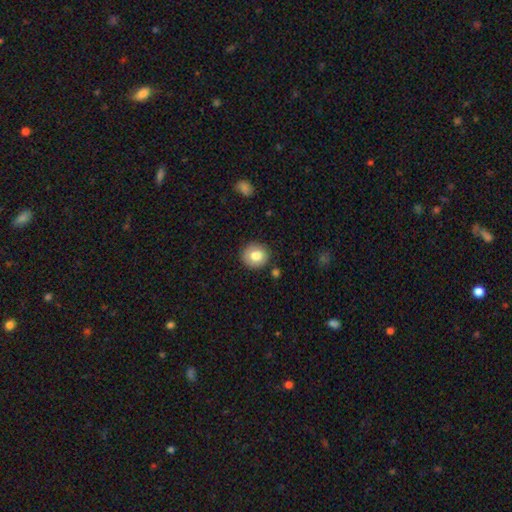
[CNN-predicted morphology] smooth_or_featured: smooth (p=0.80) [alt: featured or disk p=0.11]
how_rounded: round (p=0.88) [alt: in between p=0.11]
merging: none (p=0.88) [alt: minor disturbance p=0.08]